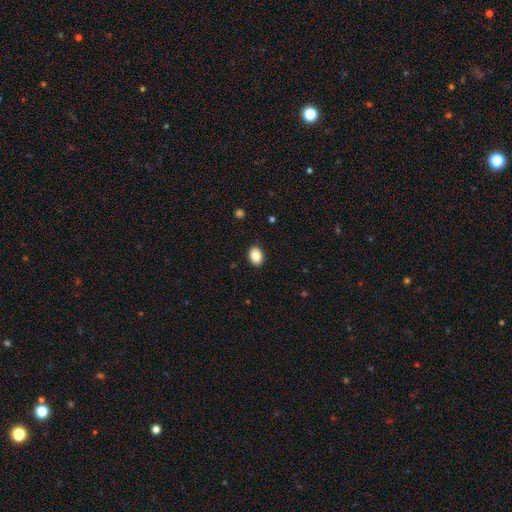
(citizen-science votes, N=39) This appears to be a smooth galaxy with no disk features (90%) that is in between round and cigar-shaped (77%). Merging: none (86%).